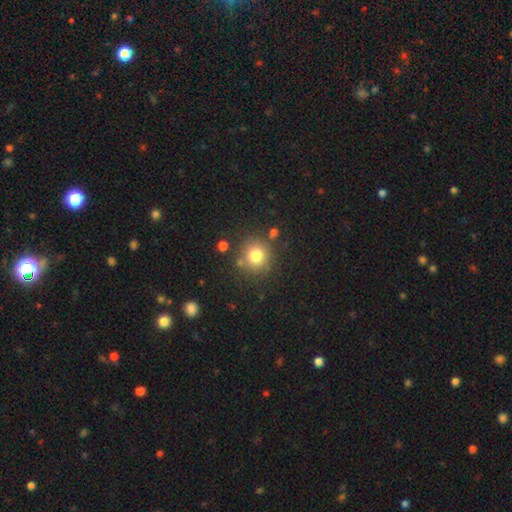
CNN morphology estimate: A smooth galaxy with no disk features (79%) that is round (91%). Merging: none (80%).